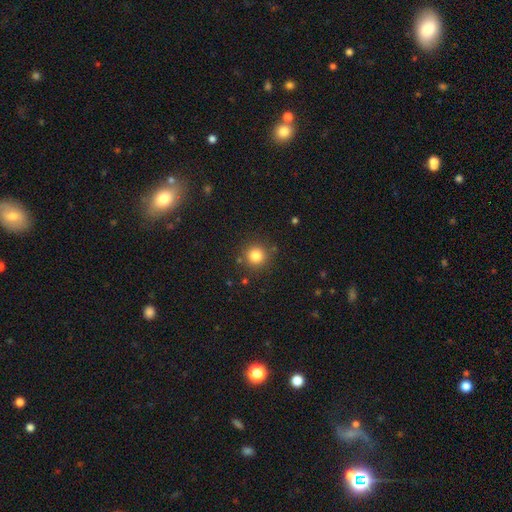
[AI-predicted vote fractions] Q: Smooth or featured?
A: smooth (82%); runner-up: star or artifact (12%)
Q: How rounded?
A: round (94%); runner-up: in between (5%)
Q: Merging?
A: none (86%); runner-up: minor disturbance (8%)